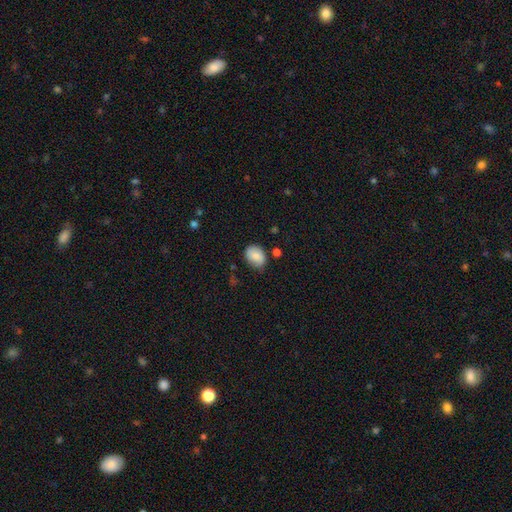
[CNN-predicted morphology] A smooth galaxy with no disk features (81%) that is in between round and cigar-shaped (61%).

Vote fractions:
- Smooth or featured? smooth: 81% / featured or disk: 12% / star or artifact: 8%
- How rounded? in between: 61% / round: 38% / cigar-shaped: 1%
- Merging? none: 69% / minor disturbance: 24% / major disturbance: 5% / merger: 3%